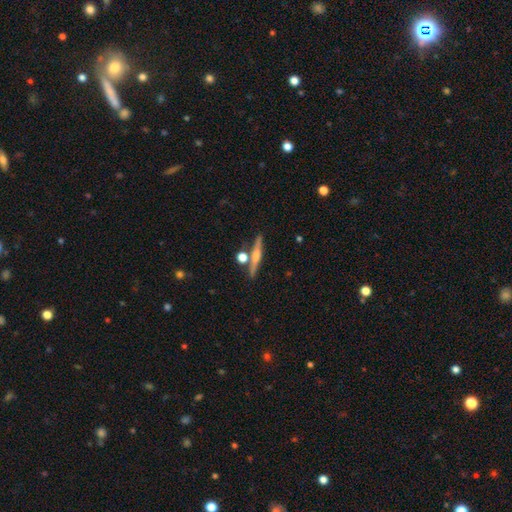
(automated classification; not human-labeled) The model was most divided on "smooth or featured": featured or disk: 52%, smooth: 40%, star or artifact: 8%. More confident: edge-on disk — yes (95%); merging — none (76%).